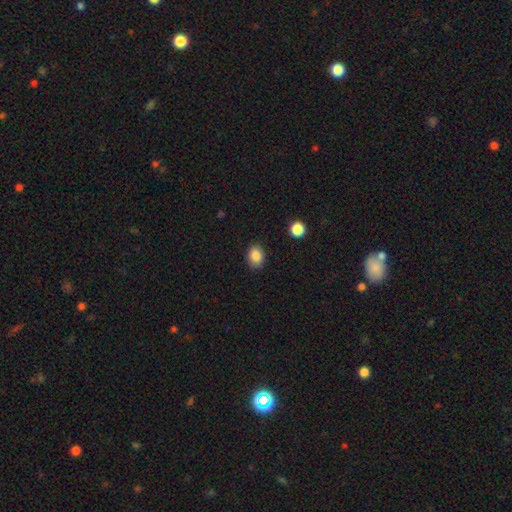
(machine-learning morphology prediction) smooth-or-featured: smooth: 86% | star or artifact: 9% | featured or disk: 5%
  how-rounded: in between: 61% | round: 38% | cigar-shaped: 1%
  merging: none: 87% | minor disturbance: 9% | major disturbance: 2% | merger: 1%